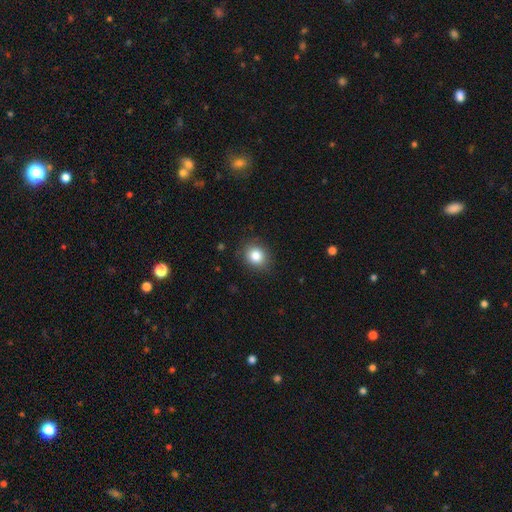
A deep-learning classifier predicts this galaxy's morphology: A smooth galaxy with no disk features (84%) that is round (69%). Merging: none (85%).